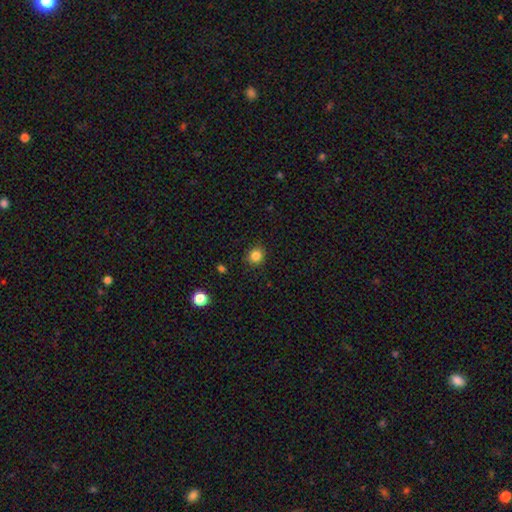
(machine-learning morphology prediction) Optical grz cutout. It shows a smooth galaxy with no disk features (85%) that is round (86%). Merging: none (89%).